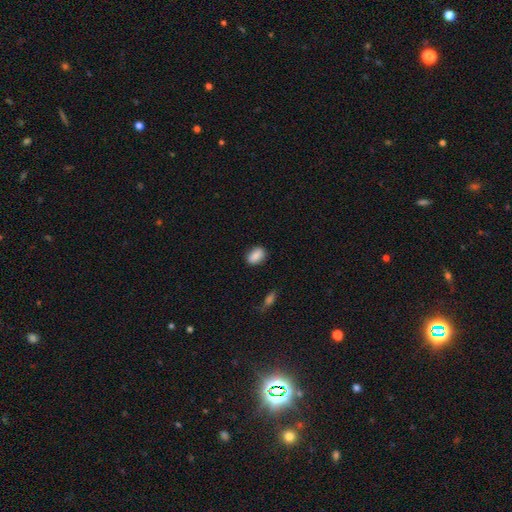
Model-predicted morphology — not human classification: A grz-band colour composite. It shows a smooth galaxy with no disk features (87%) that is in between round and cigar-shaped (83%). Merging: none (84%).